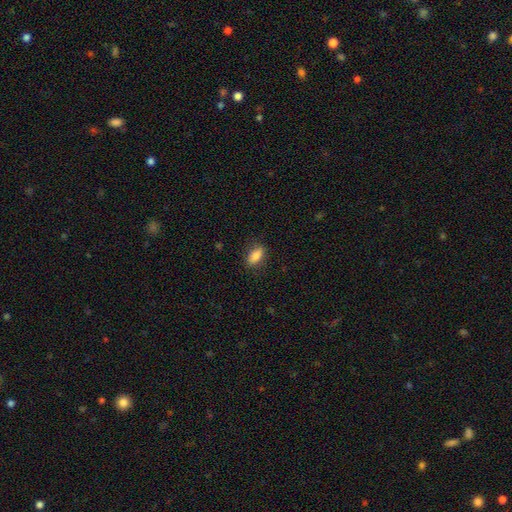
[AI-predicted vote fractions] Smooth or featured? smooth (83%)
How rounded? in between (84%)
Merging? none (84%)